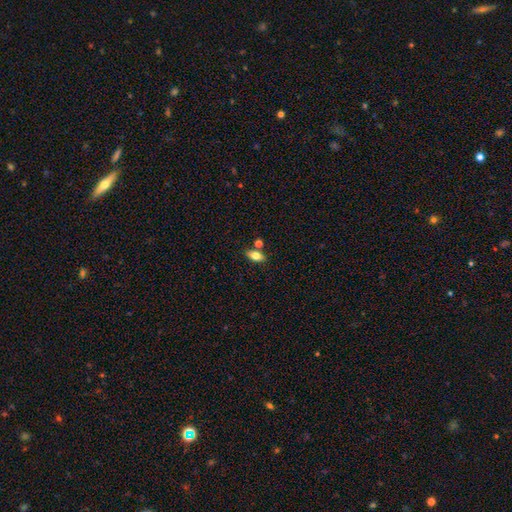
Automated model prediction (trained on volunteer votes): Morphology: type=smooth (75%); roundness=in between (86%); merging=none (75%).